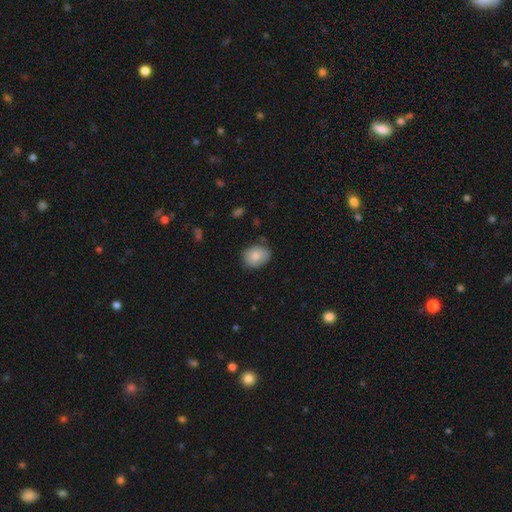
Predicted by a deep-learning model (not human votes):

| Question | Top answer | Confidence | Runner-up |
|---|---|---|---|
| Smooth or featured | smooth | 84% | featured or disk (9%) |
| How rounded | in between | 54% | round (45%) |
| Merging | none | 76% | minor disturbance (19%) |